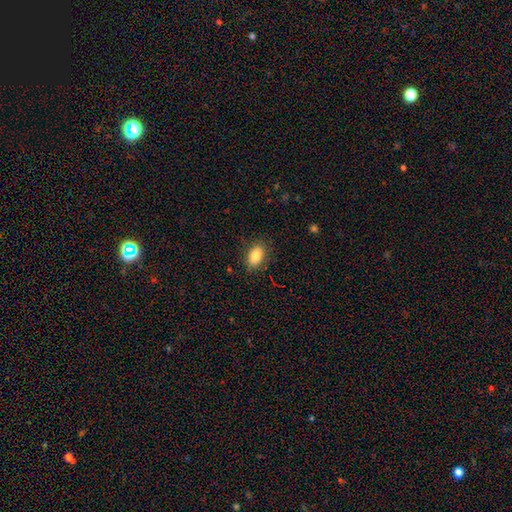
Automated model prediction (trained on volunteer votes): Morphology: type=smooth (81%); roundness=in between (88%); merging=none (83%).